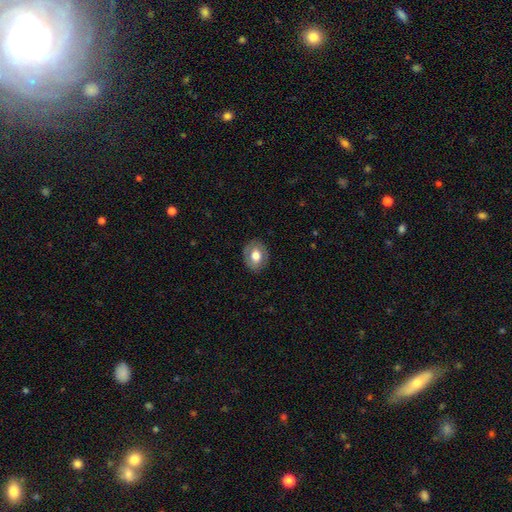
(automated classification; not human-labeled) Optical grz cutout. It shows a smooth galaxy with no disk features (65%) that is in between round and cigar-shaped (54%). Merging: none (84%).